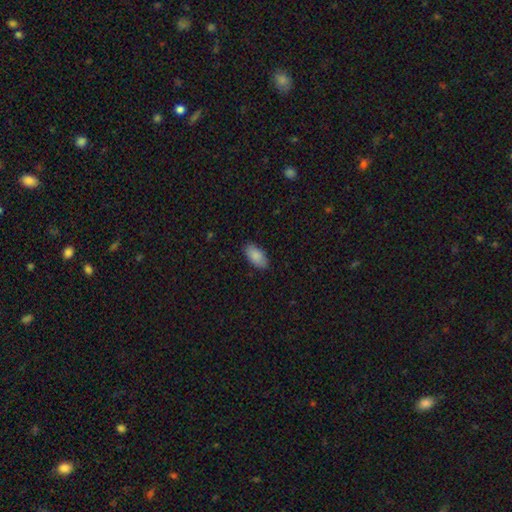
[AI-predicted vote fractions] The model was most divided on "merging": none: 86%, minor disturbance: 11%, major disturbance: 2%, merger: 1%. More confident: how rounded — in between (94%); smooth or featured — smooth (87%).